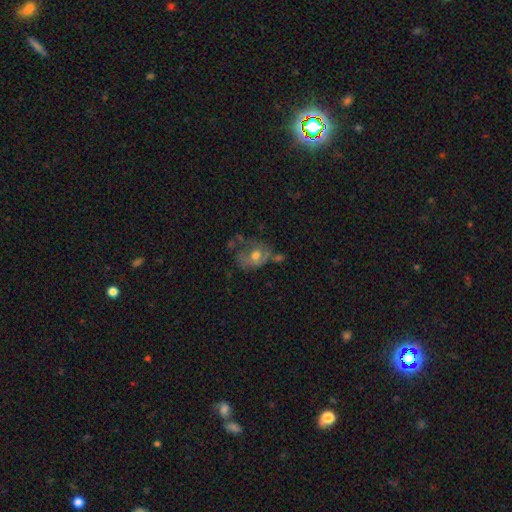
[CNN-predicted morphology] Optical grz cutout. It shows a featured or disk galaxy (45%). Merging: none (33%).